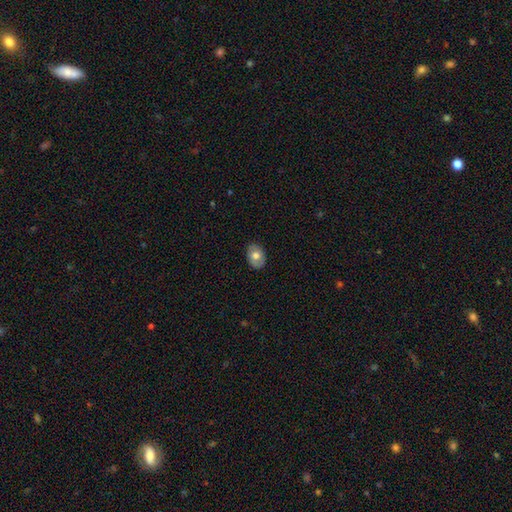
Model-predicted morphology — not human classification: Smooth or featured? smooth (66%)
How rounded? in between (77%)
Merging? none (83%)